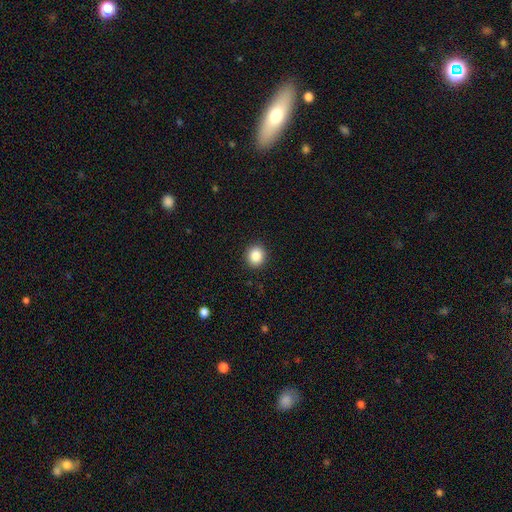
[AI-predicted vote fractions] Overall: smooth (87%). How rounded: round (85%). Merging: none (91%).